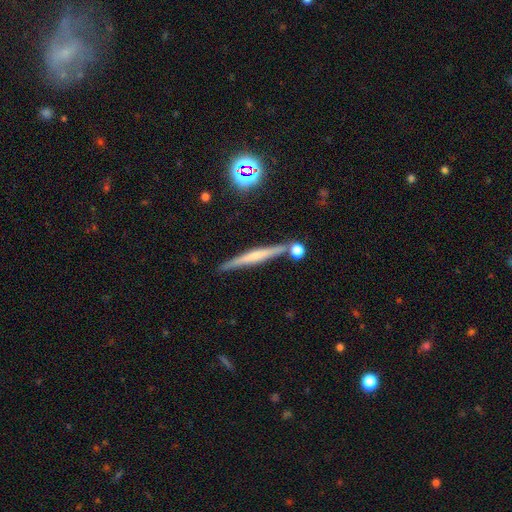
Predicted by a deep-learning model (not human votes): This appears to be a featured or disk galaxy (52%) viewed edge-on (96%) with no central bulge (44%). Merging: none (80%).